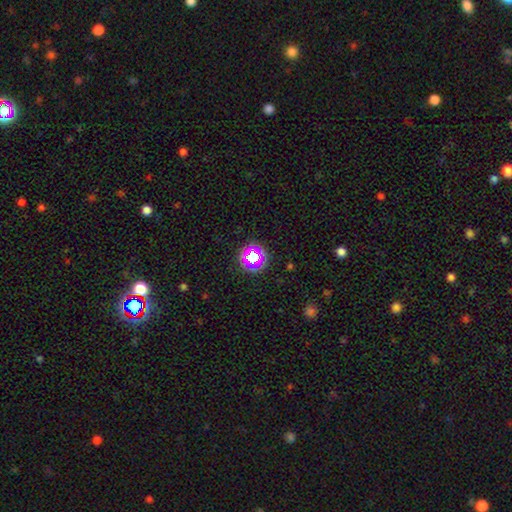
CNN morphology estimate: star or artifact 57%, smooth 31%, featured or disk 12%.